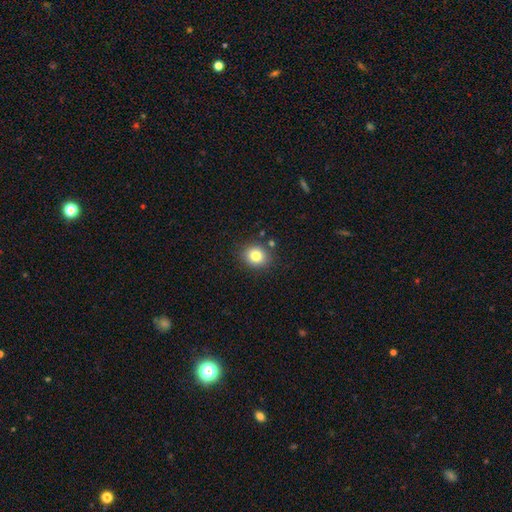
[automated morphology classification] This is likely a smooth galaxy (80%). How rounded: likely round (79%). Merging: clearly none (85%).